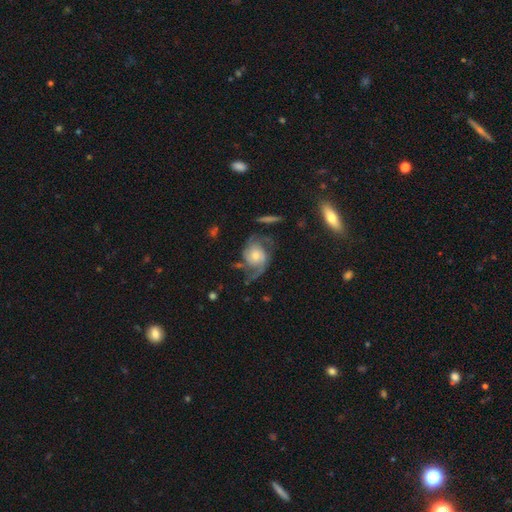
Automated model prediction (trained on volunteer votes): Morphology: type=featured or disk (81%); edge-on=no (97%); bar=no (74%); spiral arms=yes (94%); winding=medium (43%); arm count=2 (76%); bulge=moderate (49%); merging=none (53%).